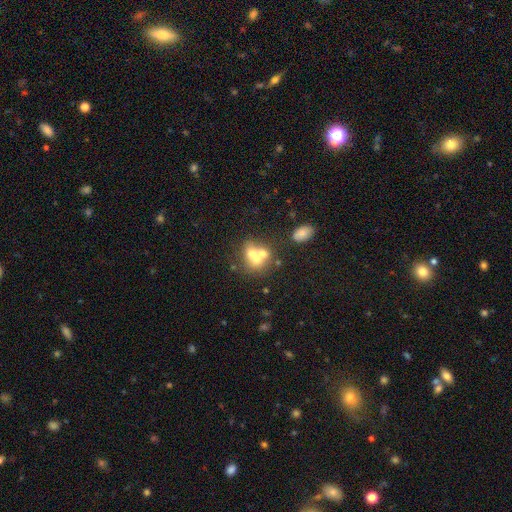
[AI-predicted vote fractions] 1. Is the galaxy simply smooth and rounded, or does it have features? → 54% smooth, 33% featured or disk, 13% star or artifact.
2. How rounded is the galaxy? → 62% round, 37% in between, 1% cigar-shaped.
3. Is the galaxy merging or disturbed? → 61% merger, 27% none, 7% minor disturbance, 5% major disturbance.